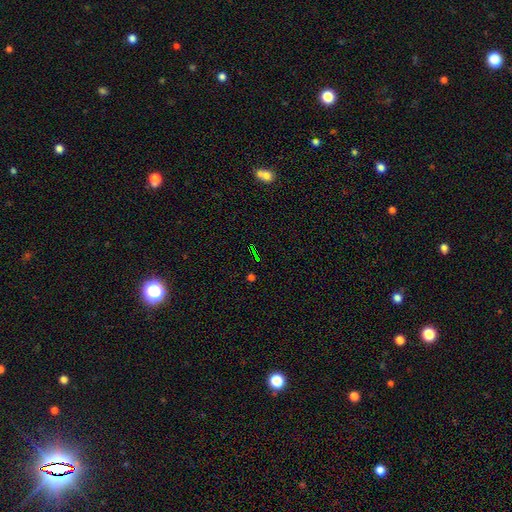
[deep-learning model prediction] Smooth or featured? Predicted: star or artifact (p=0.74).